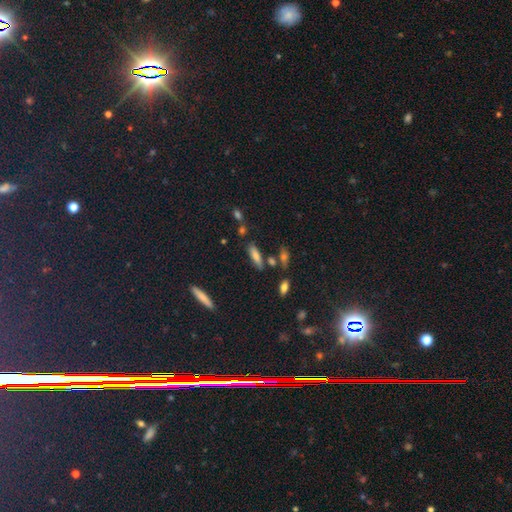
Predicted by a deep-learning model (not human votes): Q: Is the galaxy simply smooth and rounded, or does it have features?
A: smooth — 63%.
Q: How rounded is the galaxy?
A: cigar-shaped — 54%.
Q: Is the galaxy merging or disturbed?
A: none — 71%.